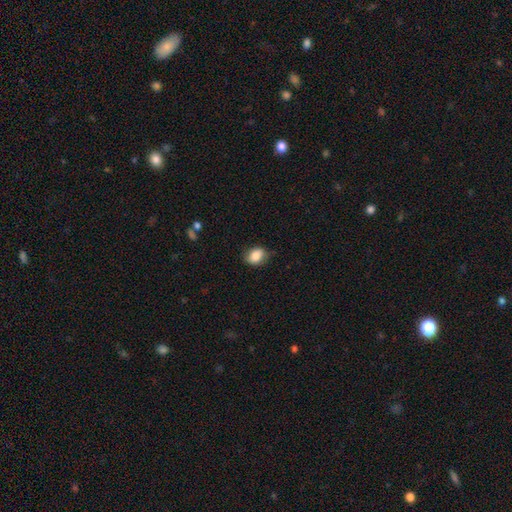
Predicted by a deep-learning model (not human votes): Q: Smooth or featured?
A: smooth (85%); runner-up: star or artifact (8%)
Q: How rounded?
A: in between (62%); runner-up: round (37%)
Q: Merging?
A: none (75%); runner-up: minor disturbance (20%)